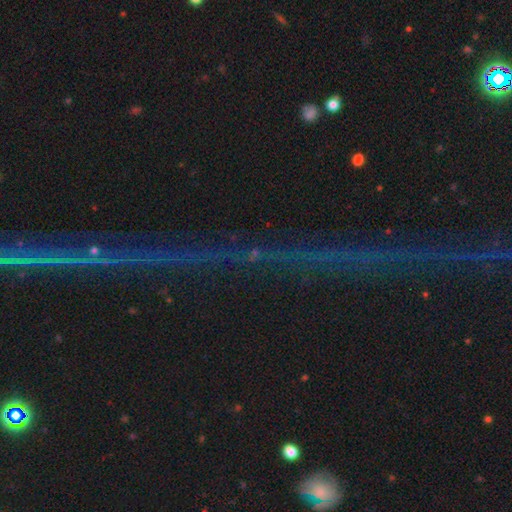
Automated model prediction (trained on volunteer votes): This is likely a star or artifact rather than a galaxy (72%).